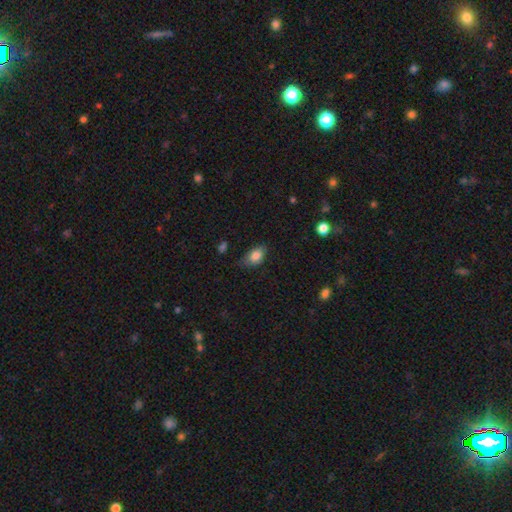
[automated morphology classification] Smooth or featured? smooth (84%)
How rounded? in between (89%)
Merging? none (64%)